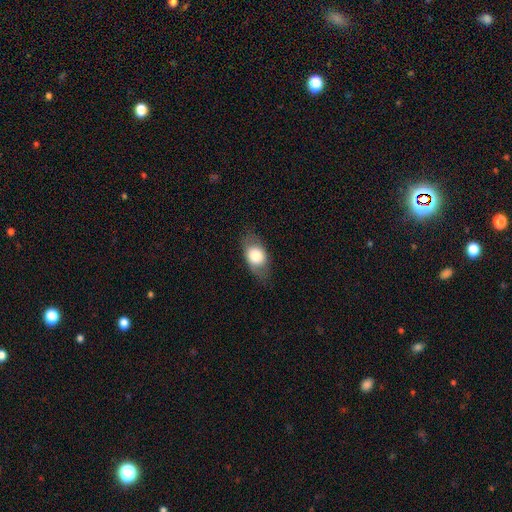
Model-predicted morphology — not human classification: The model was most divided on "smooth or featured": smooth: 70%, featured or disk: 23%, star or artifact: 7%. More confident: how rounded — in between (80%); merging — none (79%).